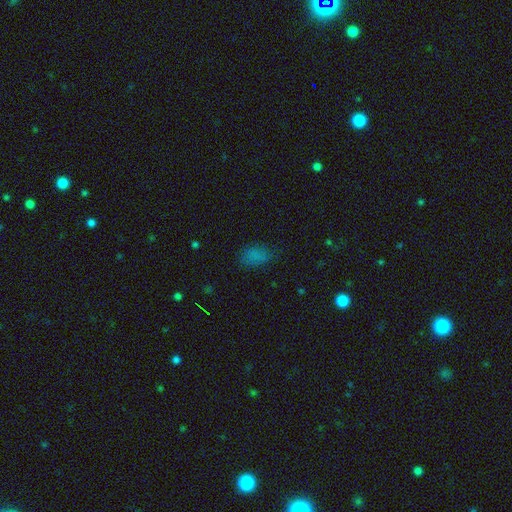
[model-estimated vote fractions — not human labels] This appears to be a smooth galaxy with no disk features (77%) that is in between round and cigar-shaped (90%). Merging: none (70%).